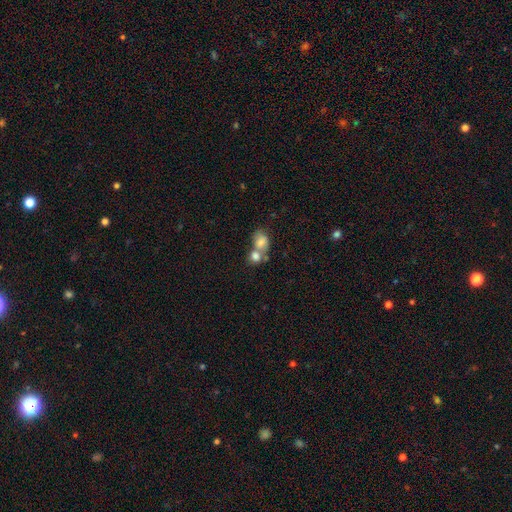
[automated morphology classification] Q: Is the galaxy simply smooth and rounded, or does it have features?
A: smooth — 78%.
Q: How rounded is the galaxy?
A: round — 55%.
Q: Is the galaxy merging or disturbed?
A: merger — 62%.